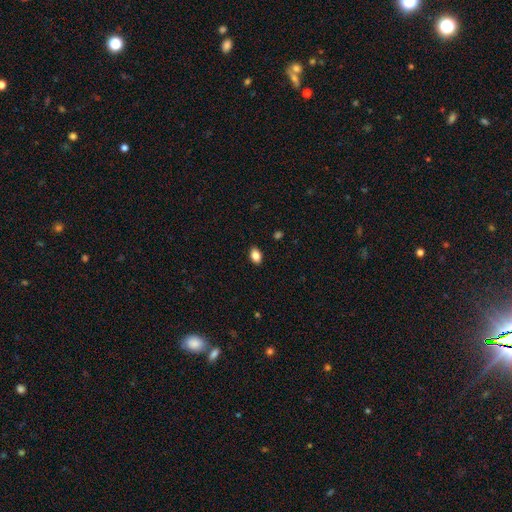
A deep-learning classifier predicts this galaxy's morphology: Smooth or featured: smooth — 87% (star or artifact — 8%)
How rounded: in between — 84% (round — 15%)
Merging: none — 89% (minor disturbance — 8%)